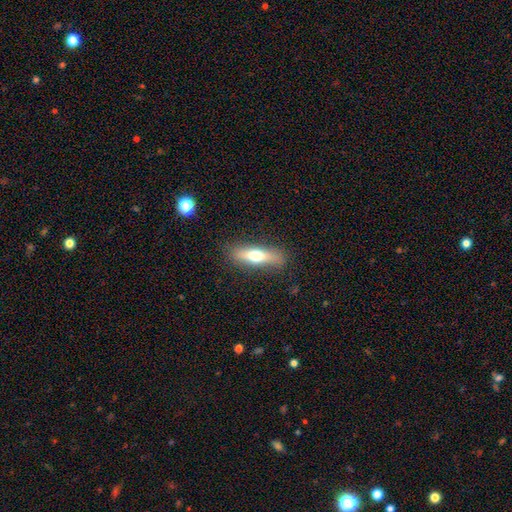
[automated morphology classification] type=smooth (56%); roundness=cigar-shaped (66%); merging=none (85%).